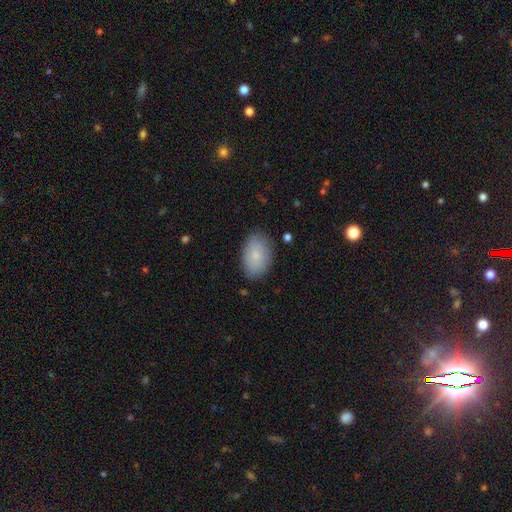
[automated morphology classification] Smooth or featured: smooth — 80% (featured or disk — 13%)
How rounded: in between — 91% (round — 7%)
Merging: none — 84% (minor disturbance — 12%)